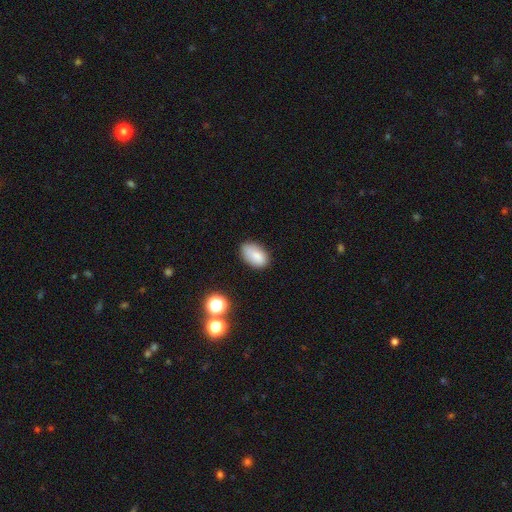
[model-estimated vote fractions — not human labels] This appears to be a smooth galaxy with no disk features (82%) that is in between round and cigar-shaped (92%). Merging: none (74%).